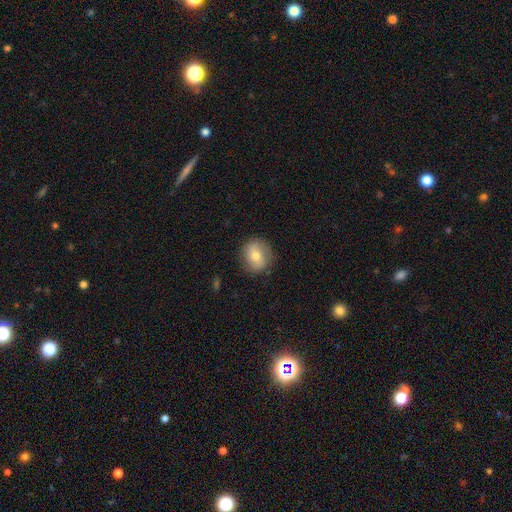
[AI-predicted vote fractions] This is likely a smooth galaxy (69%). How rounded: likely round (74%). Merging: clearly none (81%).